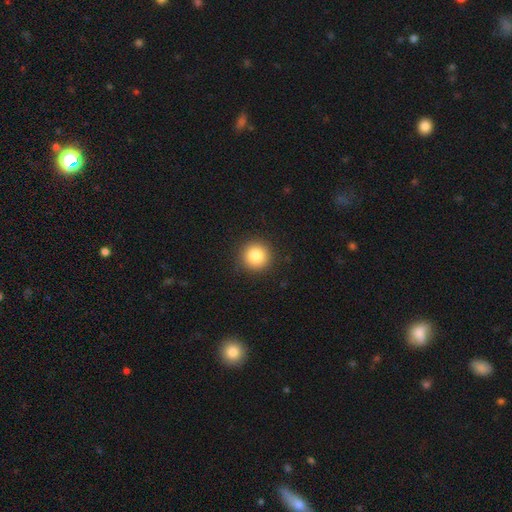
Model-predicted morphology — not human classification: Smooth or featured: smooth — 83% (star or artifact — 10%)
How rounded: round — 95% (in between — 4%)
Merging: none — 92% (minor disturbance — 5%)